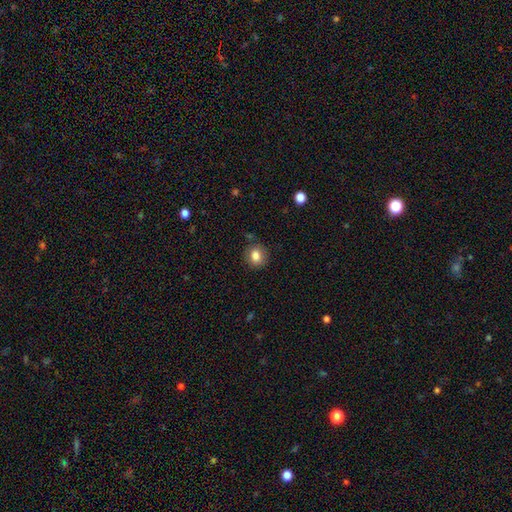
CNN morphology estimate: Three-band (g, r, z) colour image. It shows a smooth galaxy with no disk features (83%) that is round (74%). Merging: none (84%).